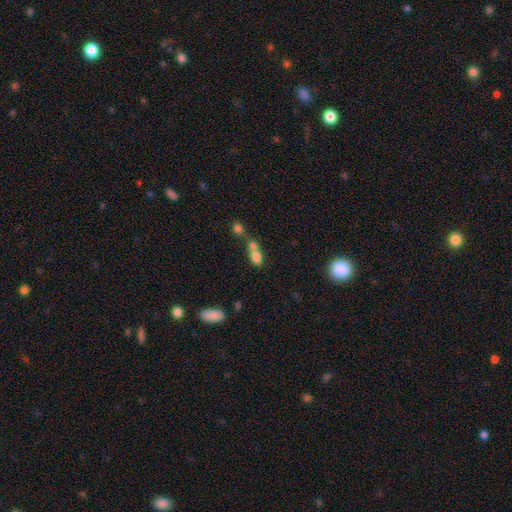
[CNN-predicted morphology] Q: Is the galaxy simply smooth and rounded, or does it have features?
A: smooth — 75%.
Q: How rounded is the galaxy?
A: in between — 68%.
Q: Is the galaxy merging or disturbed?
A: merger — 66%.